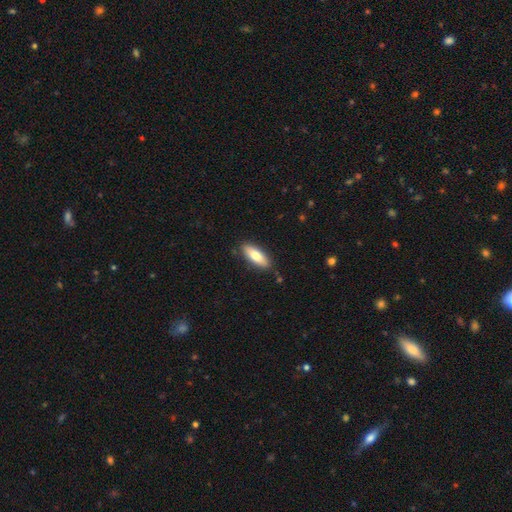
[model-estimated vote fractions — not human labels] smooth 76%, featured or disk 18%, star or artifact 6%. Down the decision tree: how rounded — in between (69%); merging — none (84%).